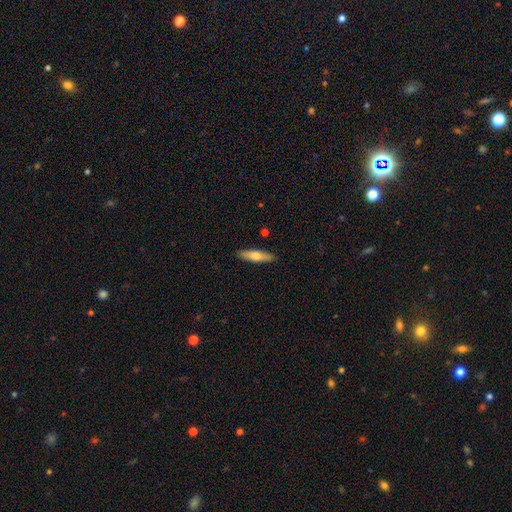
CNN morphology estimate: type=smooth (67%); roundness=cigar-shaped (71%); merging=none (89%).